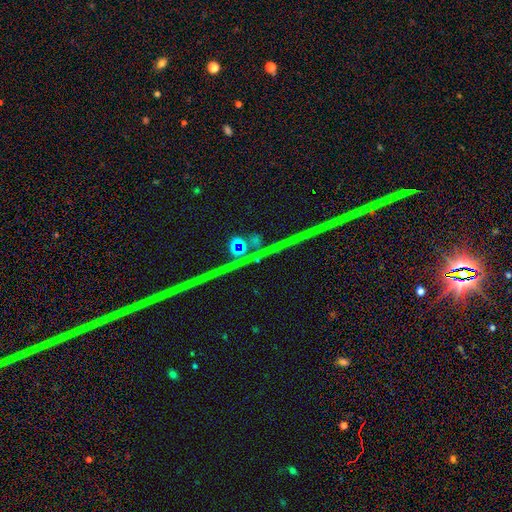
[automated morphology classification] A star or artifact, not a galaxy (87%).

Vote fractions:
- Smooth or featured? star or artifact: 87% / featured or disk: 7% / smooth: 5%